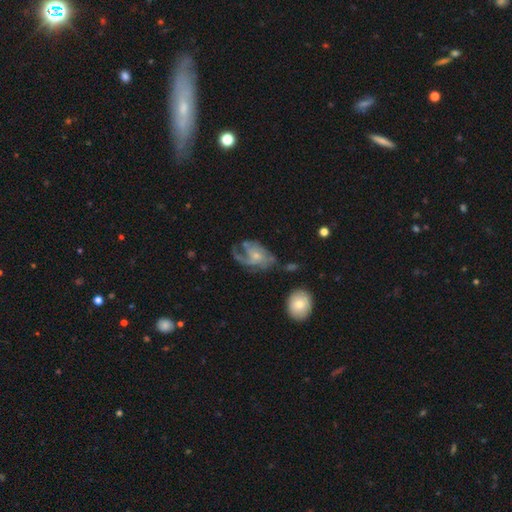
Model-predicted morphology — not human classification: featured or disk 74%, smooth 19%, star or artifact 7%. Down the decision tree: edge-on disk — no (97%); bar — no (70%); spiral arms — yes (86%); spiral arm count — 1 (31%); spiral winding — medium (40%); bulge size — small (62%); merging — major disturbance (40%).